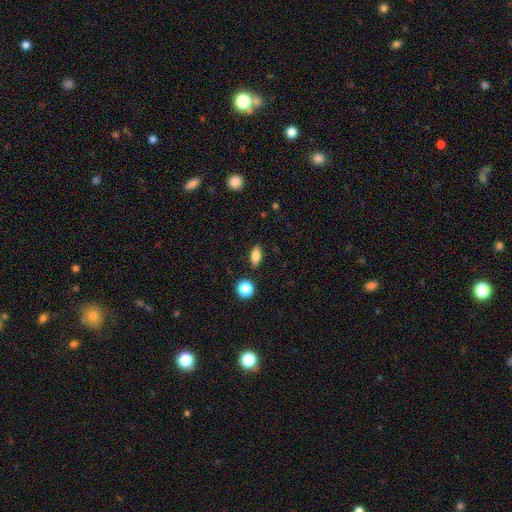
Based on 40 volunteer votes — This appears to be a smooth galaxy with no disk features (85%) that is in between round and cigar-shaped (76%). Merging: none (95%).